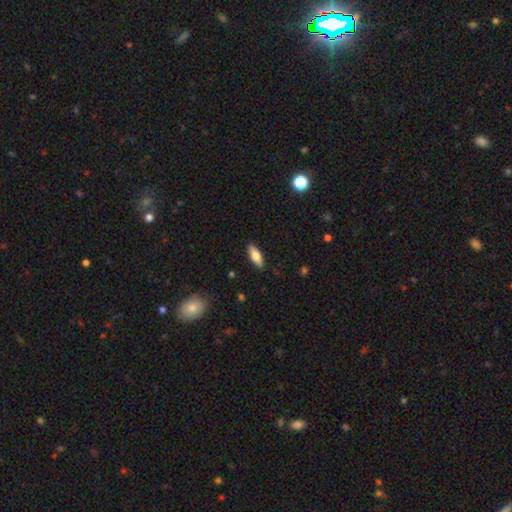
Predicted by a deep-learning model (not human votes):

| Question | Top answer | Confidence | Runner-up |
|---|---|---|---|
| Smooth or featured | smooth | 67% | featured or disk (27%) |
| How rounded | in between | 69% | cigar-shaped (29%) |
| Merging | none | 88% | minor disturbance (9%) |